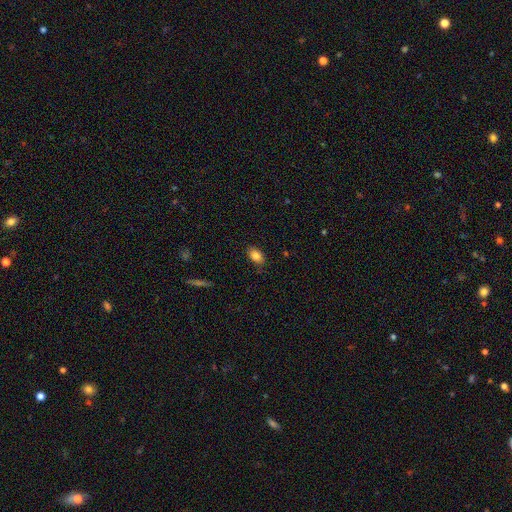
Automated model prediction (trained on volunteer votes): Smooth or featured: smooth — 85% (star or artifact — 8%)
How rounded: in between — 89% (round — 9%)
Merging: none — 83% (minor disturbance — 13%)